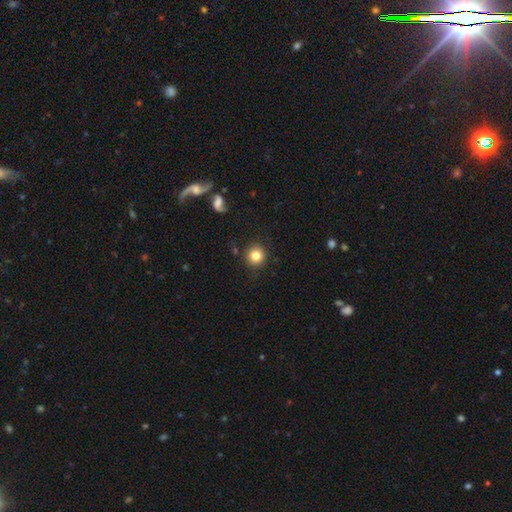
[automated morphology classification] A smooth galaxy with no disk features (82%) that is round (93%).

Vote fractions:
- Smooth or featured? smooth: 82% / star or artifact: 10% / featured or disk: 8%
- How rounded? round: 93% / in between: 6% / cigar-shaped: 1%
- Merging? none: 88% / minor disturbance: 7% / major disturbance: 2% / merger: 2%